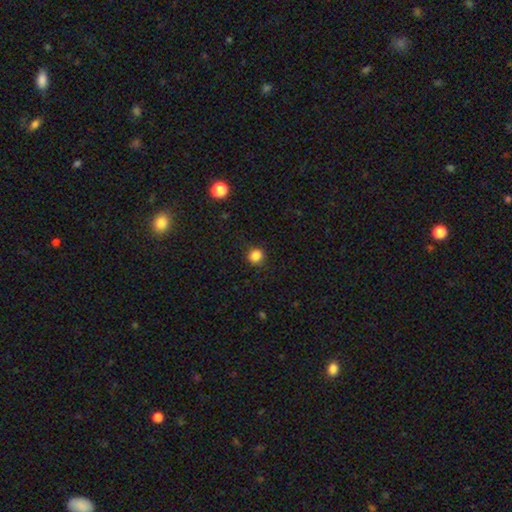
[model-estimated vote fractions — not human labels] A smooth galaxy with no disk features (84%) that is round (83%).

Vote fractions:
- Smooth or featured? smooth: 84% / star or artifact: 12% / featured or disk: 4%
- How rounded? round: 83% / in between: 16% / cigar-shaped: 1%
- Merging? none: 87% / minor disturbance: 9% / major disturbance: 2% / merger: 1%